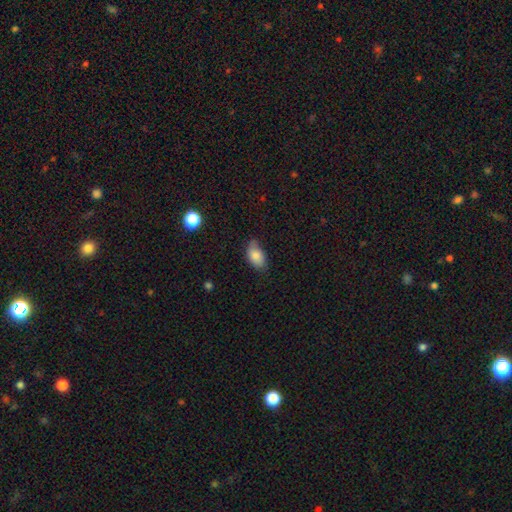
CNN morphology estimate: Smooth or featured?
  - smooth: 81% *
  - featured or disk: 11%
  - star or artifact: 8%
How rounded?
  - in between: 92% *
  - round: 6%
  - cigar-shaped: 2%
Merging?
  - none: 59% *
  - minor disturbance: 32%
  - major disturbance: 7%
  - merger: 2%